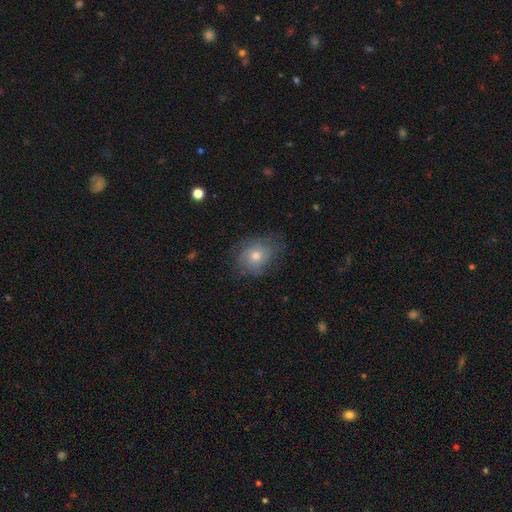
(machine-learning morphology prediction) This is possibly a smooth galaxy (50%). How rounded: possibly round (54%). Merging: likely none (69%).